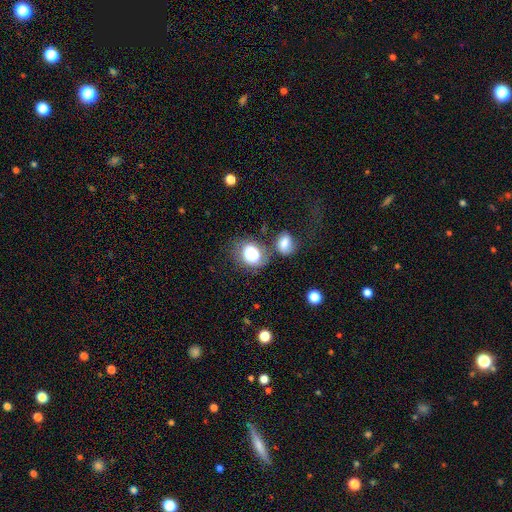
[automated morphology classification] A smooth galaxy with no disk features (78%) that is in between round and cigar-shaped (53%). Merging: none (38%).